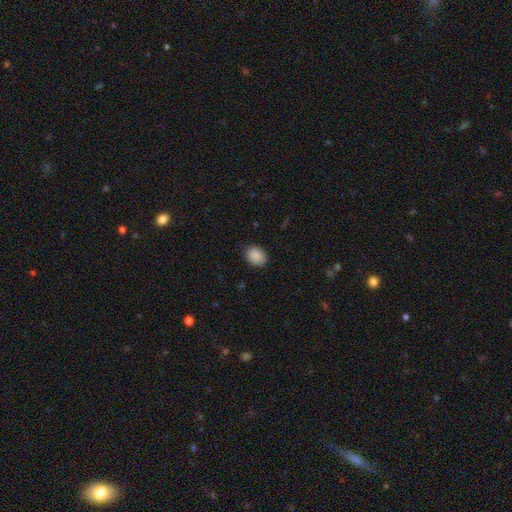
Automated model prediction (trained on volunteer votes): The model was most divided on "how rounded": in between: 61%, round: 38%, cigar-shaped: 1%. More confident: smooth or featured — smooth (89%); merging — none (87%).